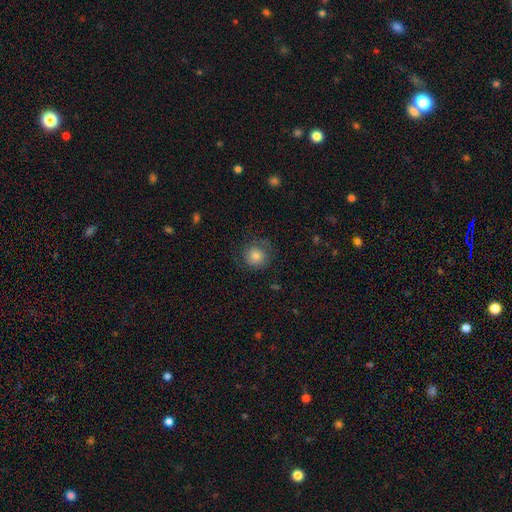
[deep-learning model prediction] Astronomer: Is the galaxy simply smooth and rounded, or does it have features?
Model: smooth — 73%.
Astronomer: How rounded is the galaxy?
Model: round — 91%.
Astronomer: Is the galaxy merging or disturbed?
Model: none — 75%.